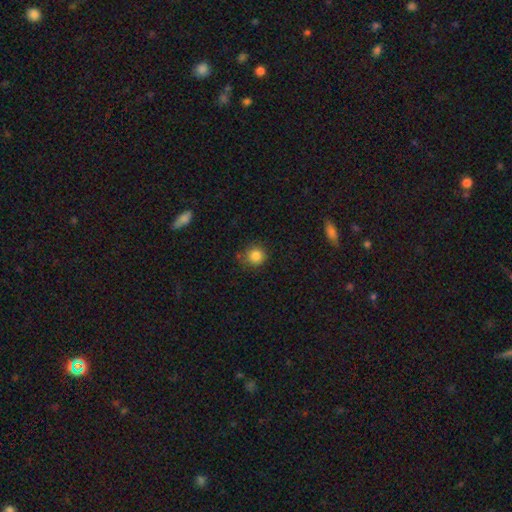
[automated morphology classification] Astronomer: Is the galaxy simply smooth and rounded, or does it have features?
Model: smooth — 84%.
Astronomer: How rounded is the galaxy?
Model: round — 91%.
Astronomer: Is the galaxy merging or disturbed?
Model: none — 78%.